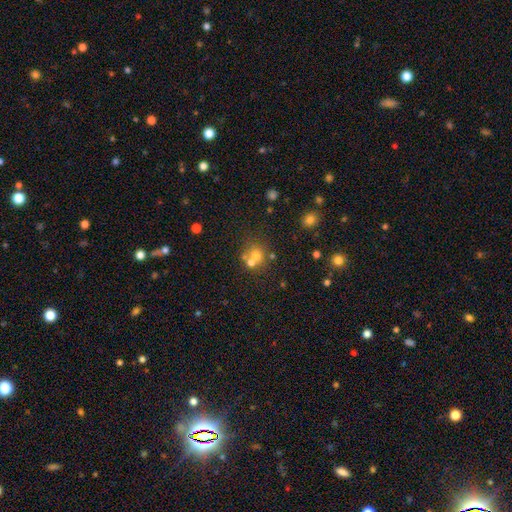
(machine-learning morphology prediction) smooth_or_featured: smooth (p=0.64) [alt: star or artifact p=0.19]
how_rounded: round (p=0.83) [alt: in between p=0.16]
merging: none (p=0.49) [alt: merger p=0.38]